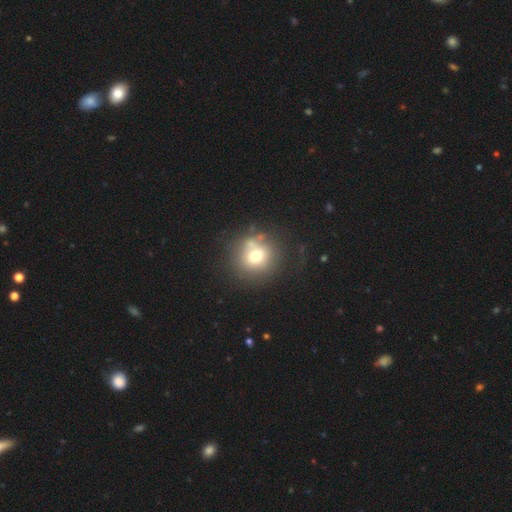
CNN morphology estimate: Smooth or featured? smooth (67%)
How rounded? round (90%)
Merging? none (64%)